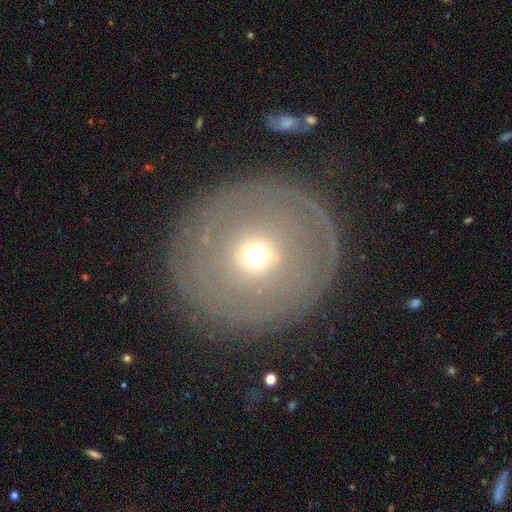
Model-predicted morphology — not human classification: A featured or disk galaxy (57%) with no bar (80%), no spiral arms (68%) and a moderate central bulge (48%).

Vote fractions:
- Smooth or featured? featured or disk: 57% / smooth: 33% / star or artifact: 10%
- Edge-on disk? no: 93% / yes: 7%
- Bar? no: 80% / weak: 14% / strong: 6%
- Spiral arms? no: 68% / yes: 32%
- Bulge size? moderate: 48% / small: 43% / large: 6% / dominant: 2% / none: 1%
- Merging? none: 76% / minor disturbance: 12% / major disturbance: 9% / merger: 2%